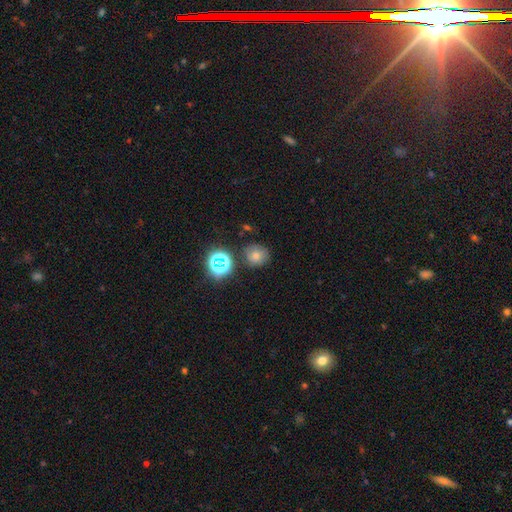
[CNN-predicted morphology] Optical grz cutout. It shows a smooth galaxy with no disk features (56%) that is round (88%). Merging: none (82%).